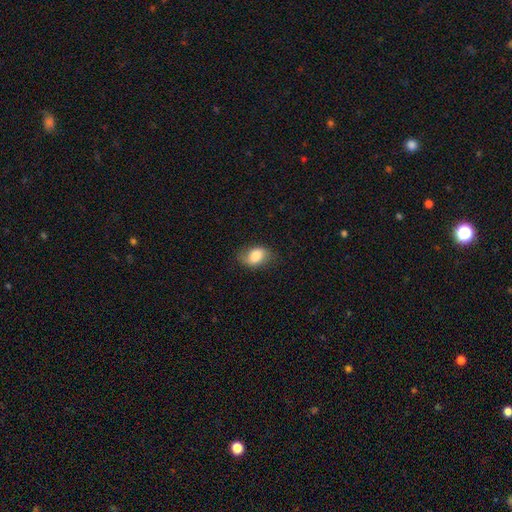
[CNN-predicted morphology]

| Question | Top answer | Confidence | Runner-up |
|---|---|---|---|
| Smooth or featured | smooth | 76% | featured or disk (16%) |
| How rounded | in between | 81% | round (18%) |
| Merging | none | 70% | minor disturbance (22%) |